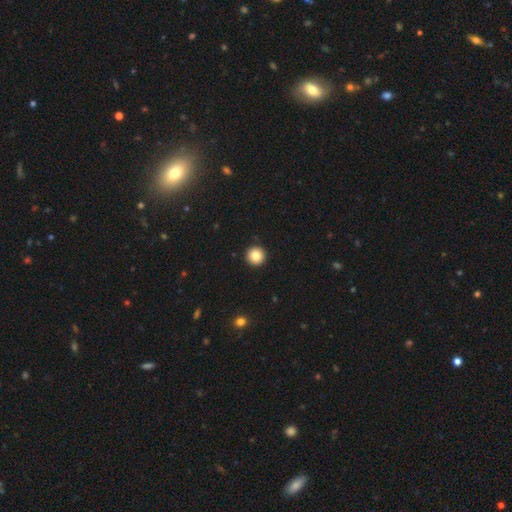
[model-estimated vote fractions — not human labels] This is clearly a smooth galaxy (84%). How rounded: clearly round (96%). Merging: clearly none (93%).